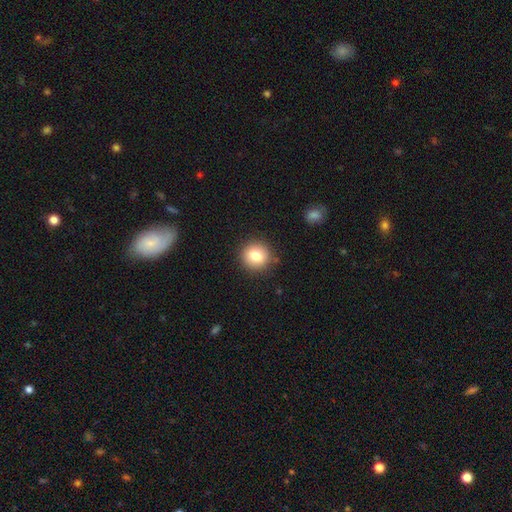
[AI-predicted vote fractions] A smooth galaxy with no disk features (80%) that is round (89%). Merging: none (89%).